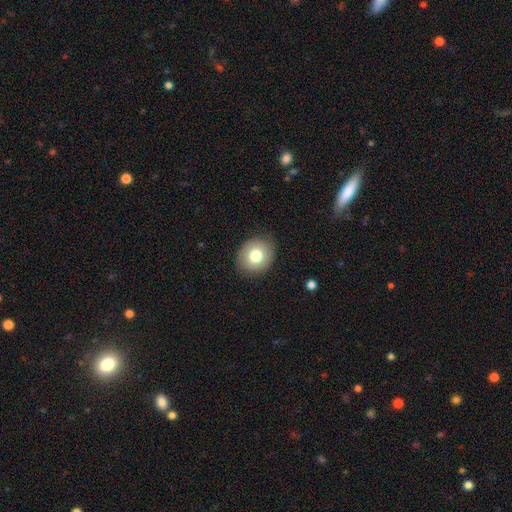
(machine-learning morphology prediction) Smooth or featured? smooth (76%)
How rounded? round (63%)
Merging? none (86%)